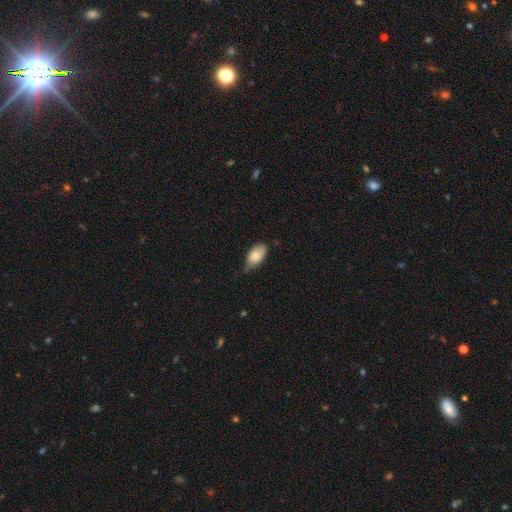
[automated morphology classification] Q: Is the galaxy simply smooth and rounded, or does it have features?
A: smooth — 77%.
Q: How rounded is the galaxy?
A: in between — 93%.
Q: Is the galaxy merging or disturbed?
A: none — 57%.